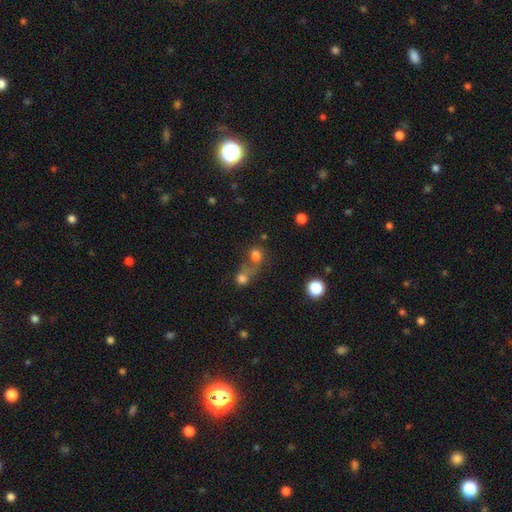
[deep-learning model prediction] smooth-or-featured: smooth: 73% | star or artifact: 18% | featured or disk: 10%
  how-rounded: round: 70% | in between: 29% | cigar-shaped: 2%
  merging: merger: 47% | none: 34% | major disturbance: 10% | minor disturbance: 9%